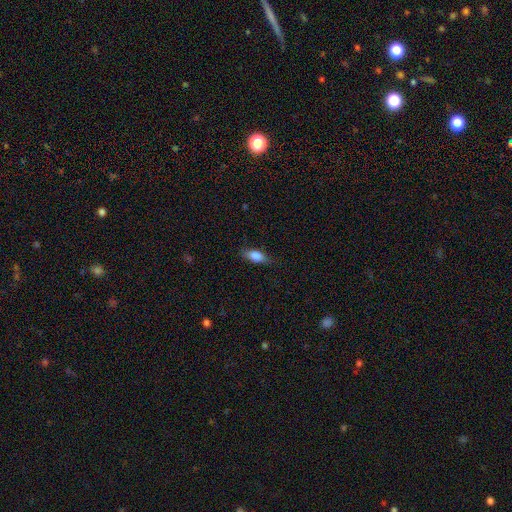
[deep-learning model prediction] A smooth galaxy with no disk features (78%) that is in between round and cigar-shaped (78%).

Vote fractions:
- Smooth or featured? smooth: 78% / featured or disk: 14% / star or artifact: 7%
- How rounded? in between: 78% / cigar-shaped: 18% / round: 5%
- Merging? none: 75% / minor disturbance: 19% / major disturbance: 5% / merger: 1%